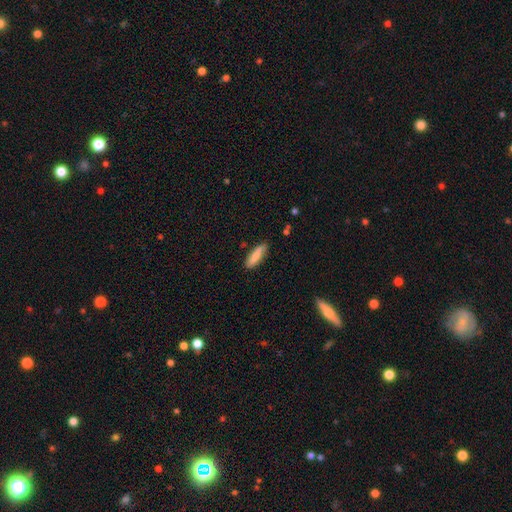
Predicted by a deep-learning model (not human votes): Q: Smooth or featured?
A: smooth (81%); runner-up: featured or disk (13%)
Q: How rounded?
A: cigar-shaped (64%); runner-up: in between (35%)
Q: Merging?
A: none (83%); runner-up: minor disturbance (13%)